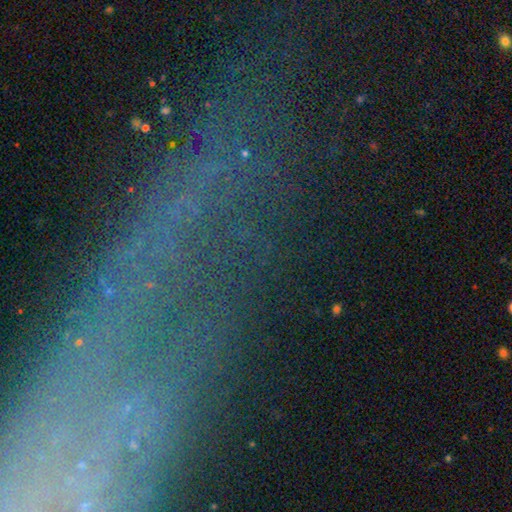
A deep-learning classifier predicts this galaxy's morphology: smooth-or-featured: star or artifact: 49% | featured or disk: 31% | smooth: 20%